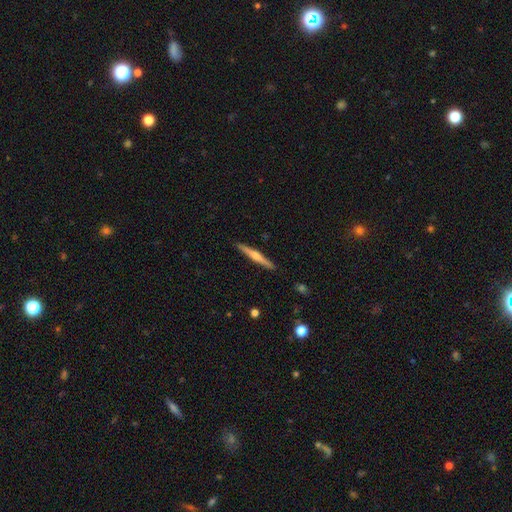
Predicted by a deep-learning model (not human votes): featured or disk 56%, smooth 39%, star or artifact 5%. Down the decision tree: edge-on disk — yes (98%); edge-on bulge — rounded (71%); merging — none (91%).